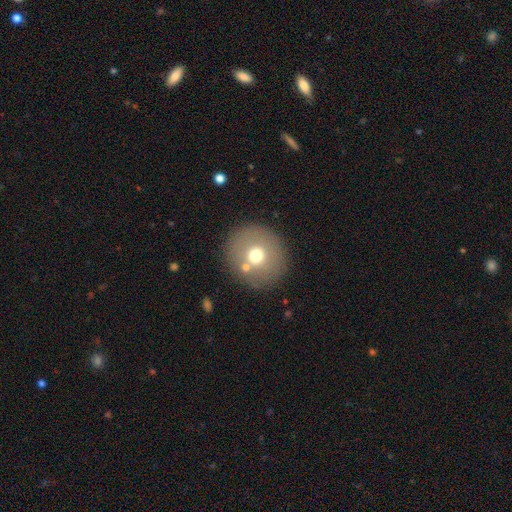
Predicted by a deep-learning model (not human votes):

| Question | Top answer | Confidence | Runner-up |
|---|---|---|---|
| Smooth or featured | smooth | 66% | featured or disk (21%) |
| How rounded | round | 91% | in between (8%) |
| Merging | none | 84% | minor disturbance (8%) |